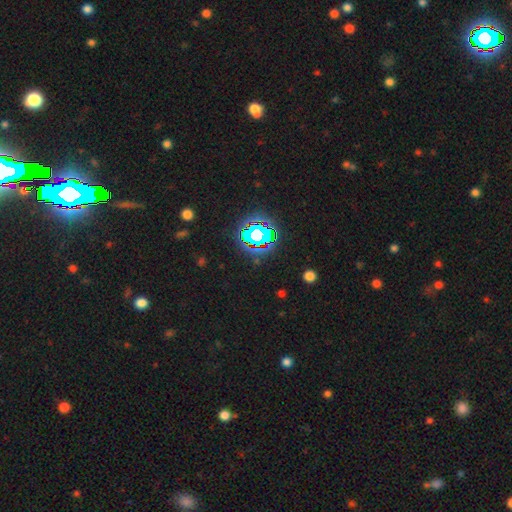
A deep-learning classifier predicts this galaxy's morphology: The model was most divided on "smooth or featured": star or artifact: 81%, smooth: 11%, featured or disk: 8%.